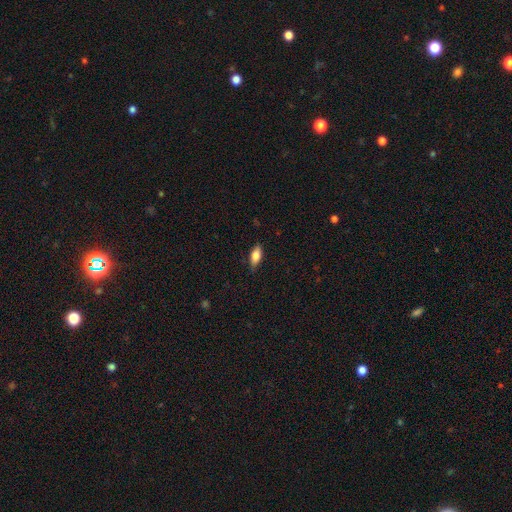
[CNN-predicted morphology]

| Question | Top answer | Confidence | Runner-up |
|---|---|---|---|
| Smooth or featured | smooth | 74% | featured or disk (19%) |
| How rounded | in between | 80% | cigar-shaped (17%) |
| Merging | none | 83% | minor disturbance (14%) |